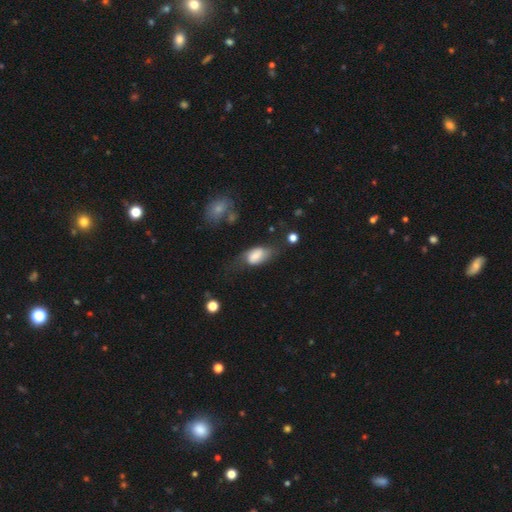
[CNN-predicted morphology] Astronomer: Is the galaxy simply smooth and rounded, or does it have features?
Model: smooth — 61%.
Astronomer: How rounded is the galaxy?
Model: in between — 89%.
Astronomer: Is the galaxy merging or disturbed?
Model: none — 42% (runner-up: minor disturbance, 29%).